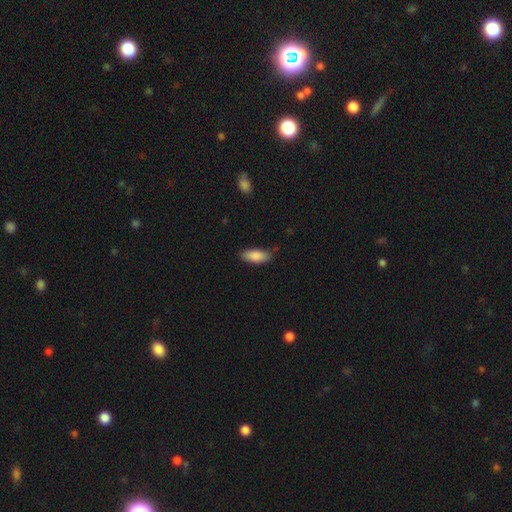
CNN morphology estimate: Smooth or featured?
  - smooth: 88% *
  - star or artifact: 6%
  - featured or disk: 6%
How rounded?
  - in between: 83% *
  - cigar-shaped: 15%
  - round: 2%
Merging?
  - none: 78% *
  - minor disturbance: 18%
  - major disturbance: 3%
  - merger: 1%